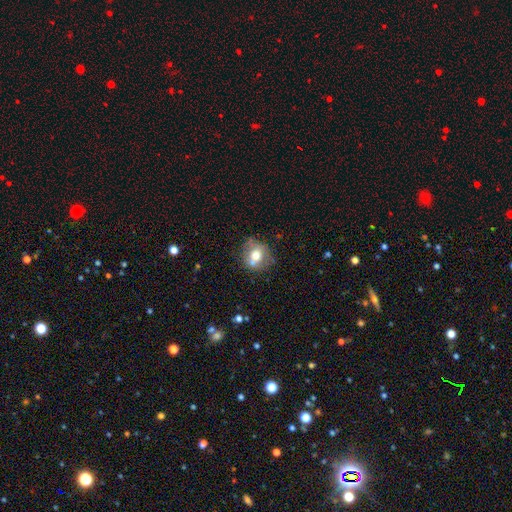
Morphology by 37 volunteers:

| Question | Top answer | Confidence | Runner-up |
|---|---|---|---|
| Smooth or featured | smooth | 78% | featured or disk (16%) |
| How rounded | round | 66% | in between (34%) |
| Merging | none | 71% | minor disturbance (14%) |